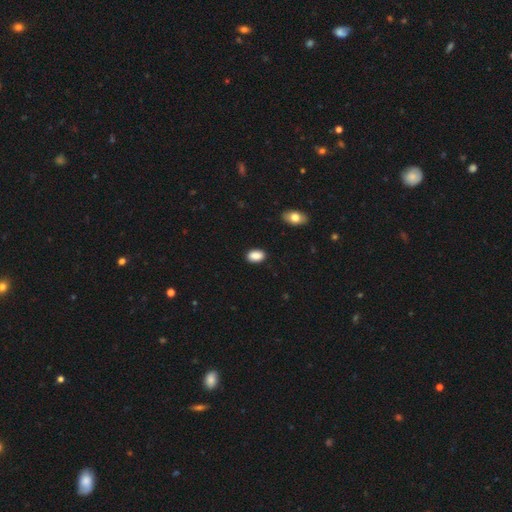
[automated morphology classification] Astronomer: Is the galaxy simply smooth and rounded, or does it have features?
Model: smooth — 88%.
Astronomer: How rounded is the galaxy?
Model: in between — 90%.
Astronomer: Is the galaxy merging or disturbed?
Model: none — 89%.